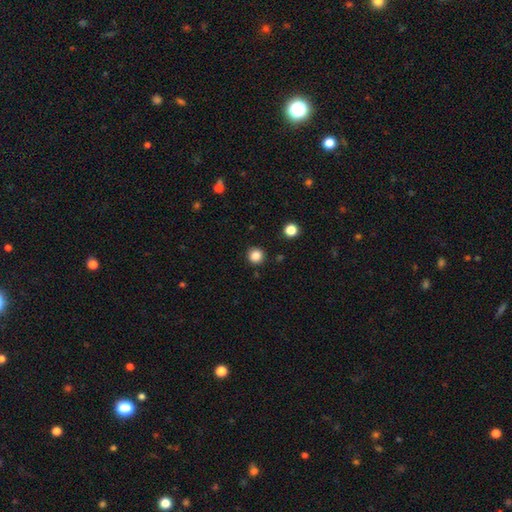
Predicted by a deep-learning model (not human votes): This appears to be a smooth galaxy with no disk features (85%) that is round (94%). Merging: none (91%).